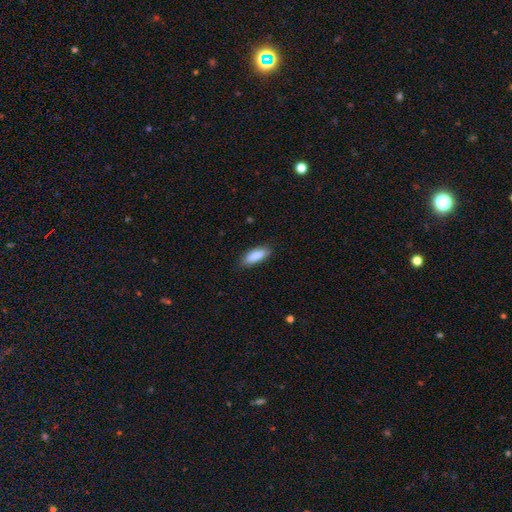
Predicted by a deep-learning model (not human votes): Smooth or featured: smooth — 87% (featured or disk — 7%)
How rounded: in between — 69% (cigar-shaped — 30%)
Merging: none — 82% (minor disturbance — 14%)